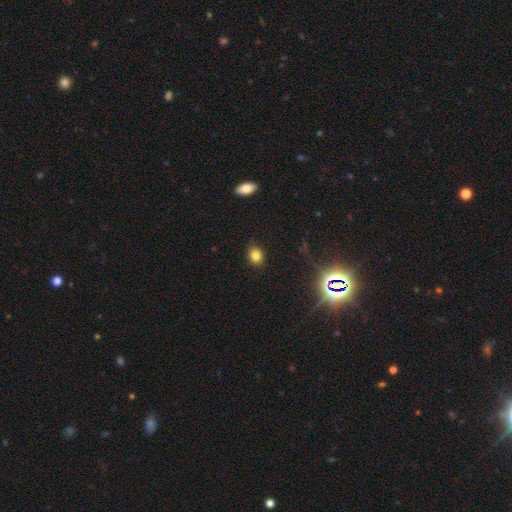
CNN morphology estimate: Smooth or featured?
  - smooth: 79% *
  - star or artifact: 14%
  - featured or disk: 7%
How rounded?
  - round: 53% *
  - in between: 46%
  - cigar-shaped: 1%
Merging?
  - none: 87% *
  - minor disturbance: 10%
  - major disturbance: 2%
  - merger: 1%